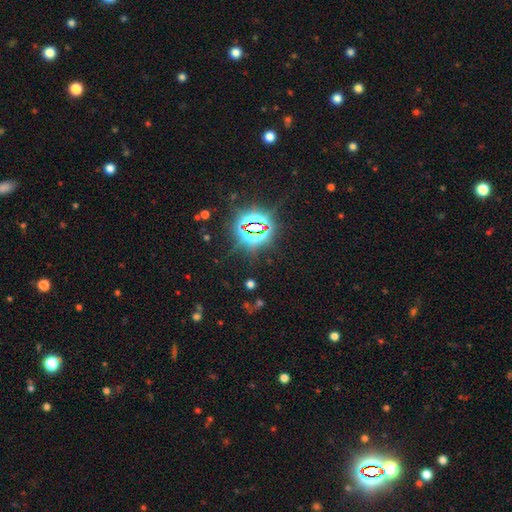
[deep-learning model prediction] Smooth or featured? star or artifact (82%)